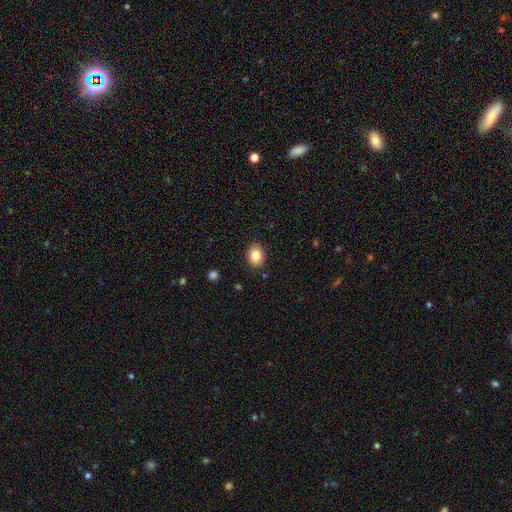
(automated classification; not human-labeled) Q: Smooth or featured?
A: smooth (84%); runner-up: star or artifact (9%)
Q: How rounded?
A: in between (55%); runner-up: round (44%)
Q: Merging?
A: none (89%); runner-up: minor disturbance (8%)